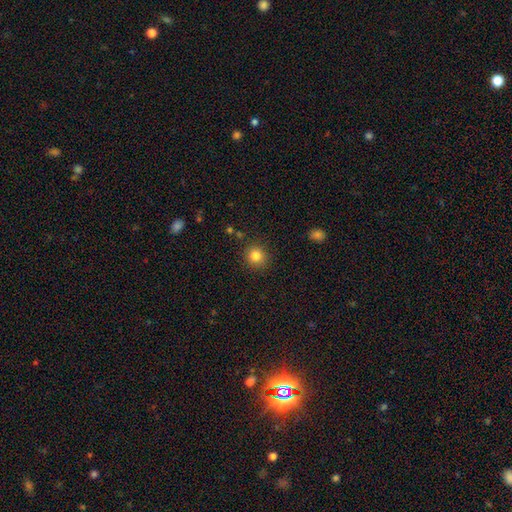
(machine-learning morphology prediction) The model was most divided on "smooth or featured": smooth: 83%, star or artifact: 11%, featured or disk: 5%. More confident: how rounded — round (91%); merging — none (89%).